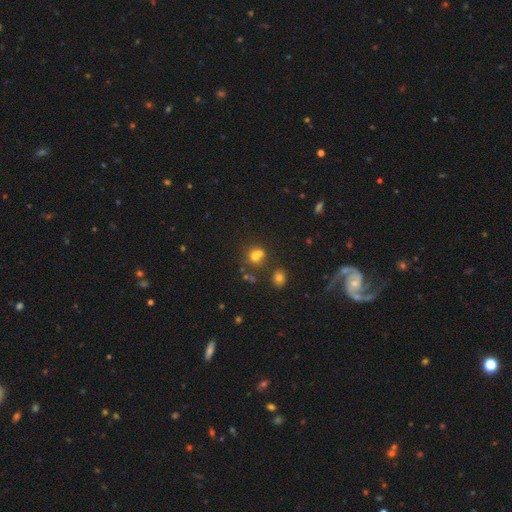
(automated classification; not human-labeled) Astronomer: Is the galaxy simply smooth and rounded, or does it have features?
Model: smooth — 65%.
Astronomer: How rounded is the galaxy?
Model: round — 79%.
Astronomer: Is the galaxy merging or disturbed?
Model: merger — 44% (runner-up: none, 43%).